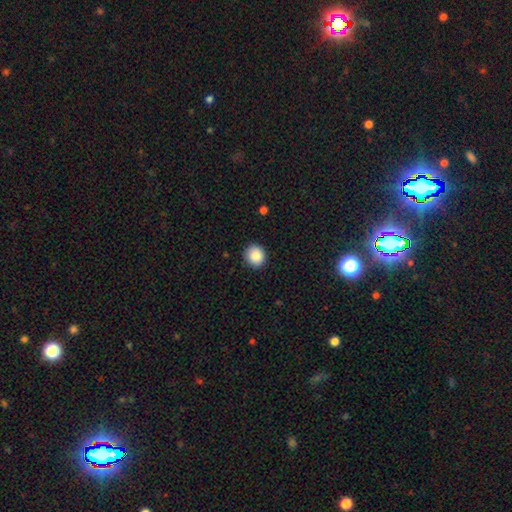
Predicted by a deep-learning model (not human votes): A smooth galaxy with no disk features (88%) that is round (87%).

Vote fractions:
- Smooth or featured? smooth: 88% / star or artifact: 9% / featured or disk: 3%
- How rounded? round: 87% / in between: 12% / cigar-shaped: 1%
- Merging? none: 89% / minor disturbance: 8% / major disturbance: 2% / merger: 1%